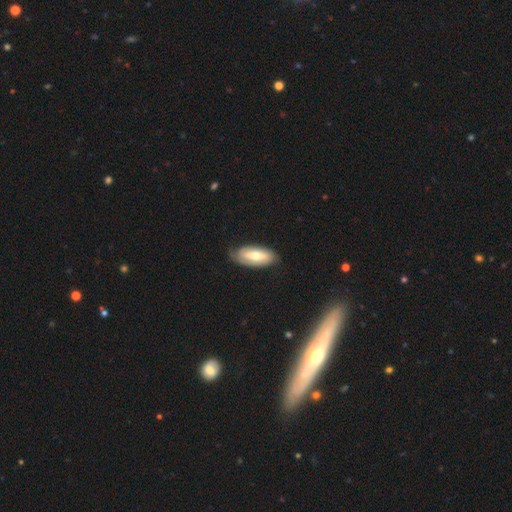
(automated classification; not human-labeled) Smooth or featured? Predicted: smooth (p=0.54). How rounded? Predicted: in between (p=0.85). Merging? Predicted: none (p=0.73).